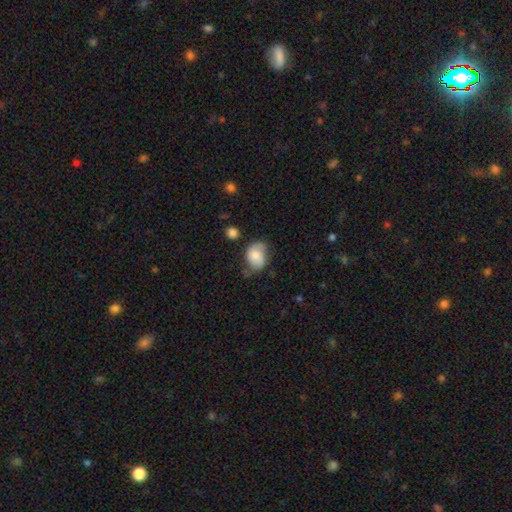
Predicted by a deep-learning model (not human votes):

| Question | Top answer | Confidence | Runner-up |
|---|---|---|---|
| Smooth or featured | smooth | 60% | featured or disk (32%) |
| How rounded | in between | 72% | round (27%) |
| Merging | none | 48% | minor disturbance (35%) |